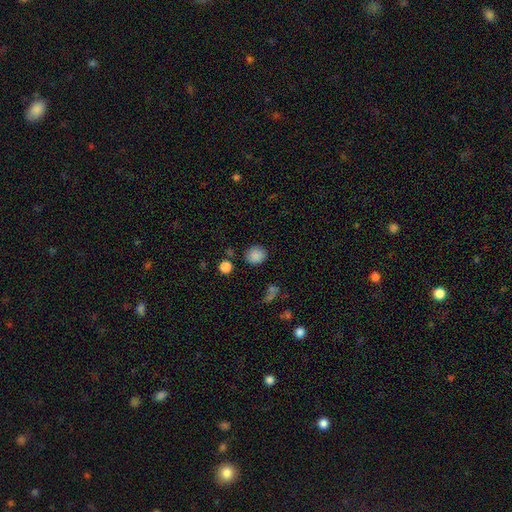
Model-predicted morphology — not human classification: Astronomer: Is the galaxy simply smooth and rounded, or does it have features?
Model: smooth — 85%.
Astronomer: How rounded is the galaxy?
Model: round — 79%.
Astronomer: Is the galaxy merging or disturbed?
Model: none — 82%.